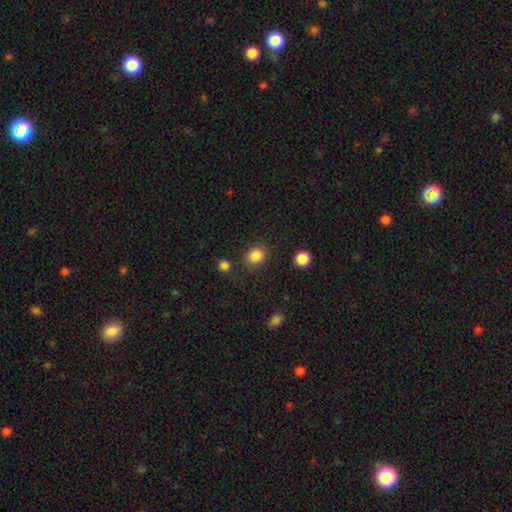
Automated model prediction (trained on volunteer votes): Morphology: type=smooth (85%); roundness=round (78%); merging=none (85%).